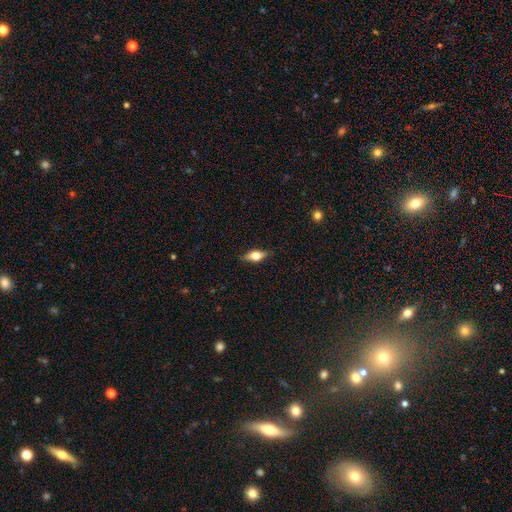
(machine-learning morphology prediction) A smooth galaxy with no disk features (51%) that is in between round and cigar-shaped (72%).

Vote fractions:
- Smooth or featured? smooth: 51% / featured or disk: 41% / star or artifact: 8%
- How rounded? in between: 72% / cigar-shaped: 22% / round: 6%
- Merging? none: 84% / minor disturbance: 12% / major disturbance: 3% / merger: 1%